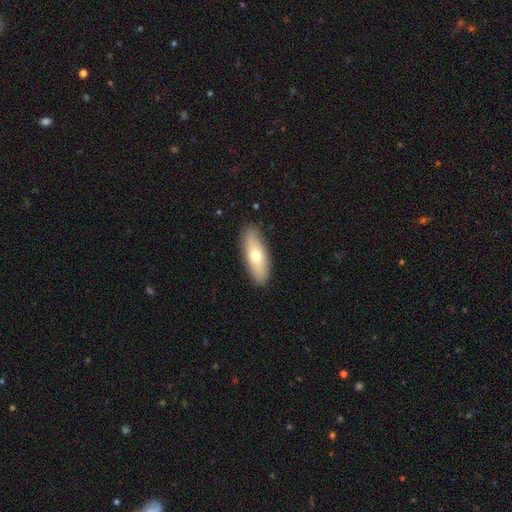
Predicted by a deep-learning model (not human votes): Smooth or featured: smooth — 65% (featured or disk — 29%)
How rounded: in between — 62% (cigar-shaped — 35%)
Merging: none — 88% (minor disturbance — 9%)